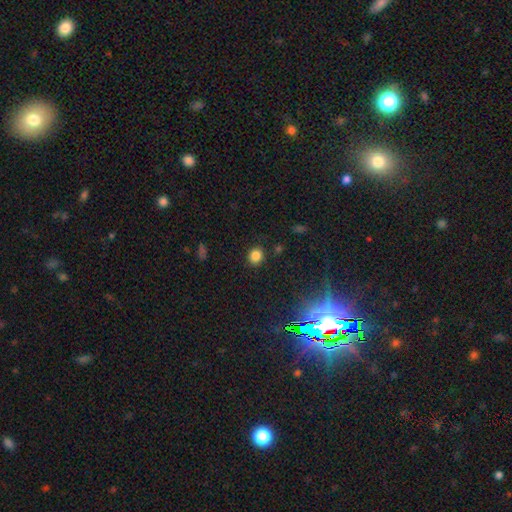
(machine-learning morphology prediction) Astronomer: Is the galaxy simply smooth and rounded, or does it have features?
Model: smooth — 81%.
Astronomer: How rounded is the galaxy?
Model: round — 78%.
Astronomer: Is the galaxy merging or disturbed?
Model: none — 88%.